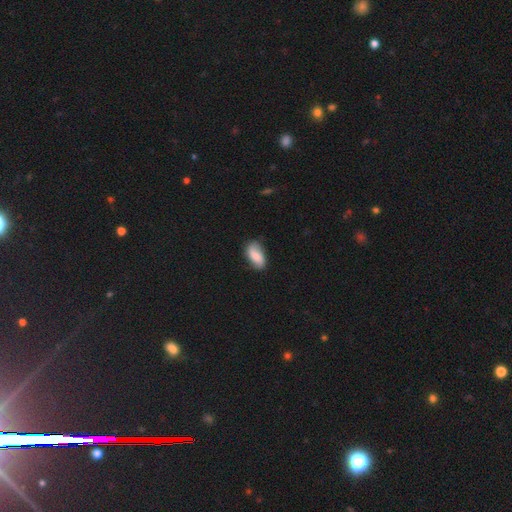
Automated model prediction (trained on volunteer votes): Smooth or featured? smooth (76%)
How rounded? in between (91%)
Merging? none (72%)